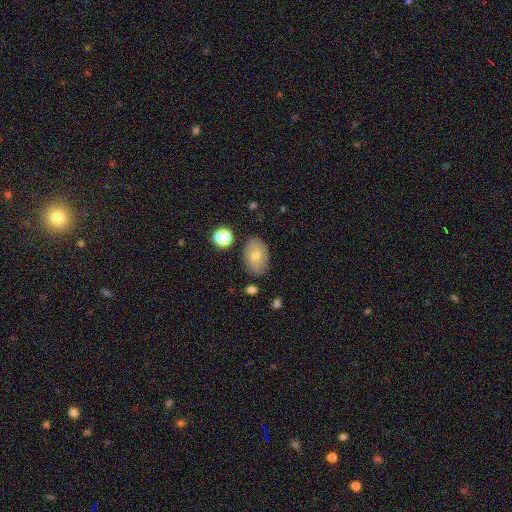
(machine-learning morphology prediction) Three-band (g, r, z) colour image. It shows a smooth galaxy with no disk features (66%) that is in between round and cigar-shaped (84%). Merging: none (82%).